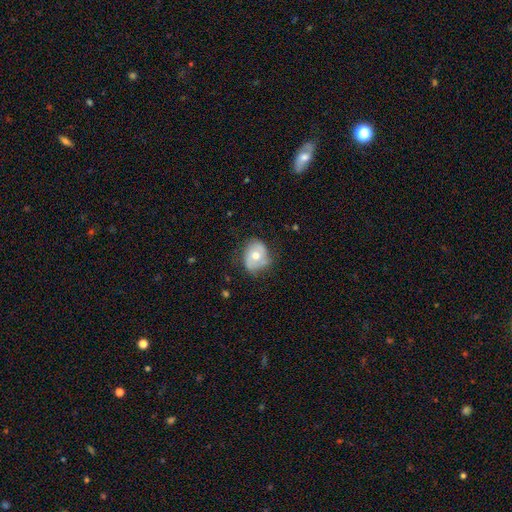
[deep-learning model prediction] This appears to be a smooth galaxy with no disk features (50%) that is round (54%). Merging: none (59%).